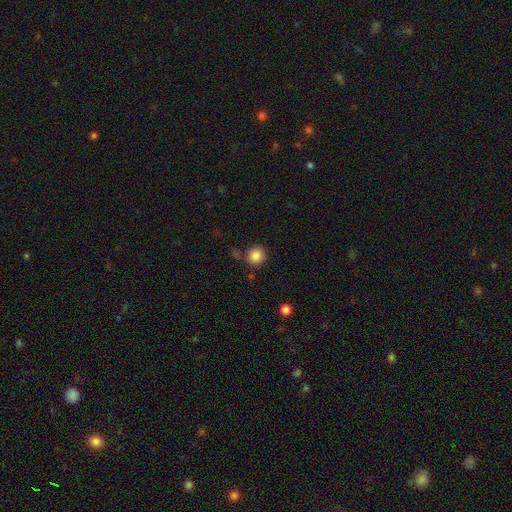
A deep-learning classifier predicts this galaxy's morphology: A smooth galaxy with no disk features (86%) that is round (89%).

Vote fractions:
- Smooth or featured? smooth: 86% / star or artifact: 10% / featured or disk: 4%
- How rounded? round: 89% / in between: 10% / cigar-shaped: 1%
- Merging? none: 83% / minor disturbance: 9% / merger: 5% / major disturbance: 3%